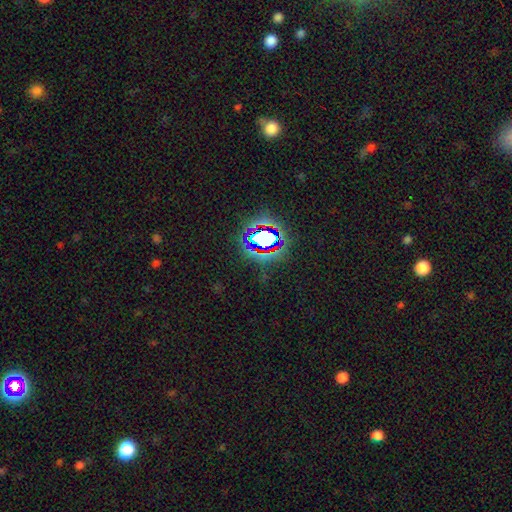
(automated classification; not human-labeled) Smooth or featured?
  - star or artifact: 80% *
  - smooth: 12%
  - featured or disk: 8%